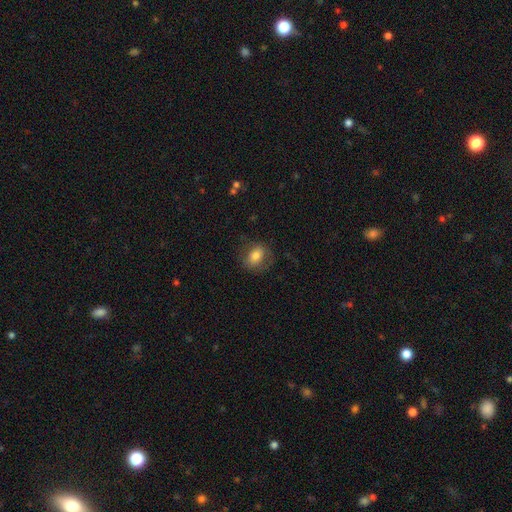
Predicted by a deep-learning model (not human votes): A smooth galaxy with no disk features (74%) that is in between round and cigar-shaped (61%).

Vote fractions:
- Smooth or featured? smooth: 74% / featured or disk: 17% / star or artifact: 8%
- How rounded? in between: 61% / round: 37% / cigar-shaped: 1%
- Merging? none: 72% / minor disturbance: 17% / major disturbance: 9% / merger: 1%